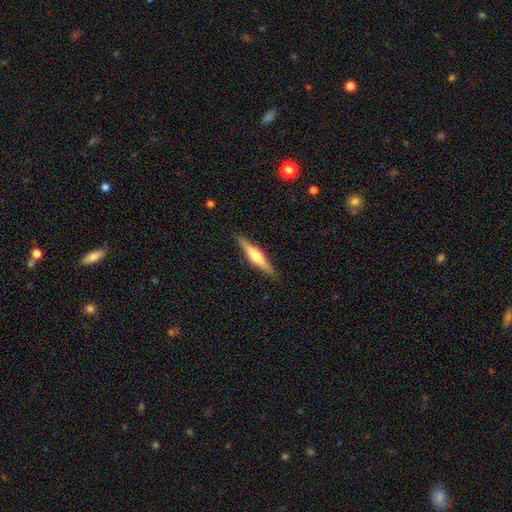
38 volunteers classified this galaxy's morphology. Smooth or featured? 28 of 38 (74%) said featured or disk. Edge-on disk? 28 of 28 (100%) said yes. Edge-on bulge? 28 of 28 (100%) said rounded. Merging? 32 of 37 (86%) said none.